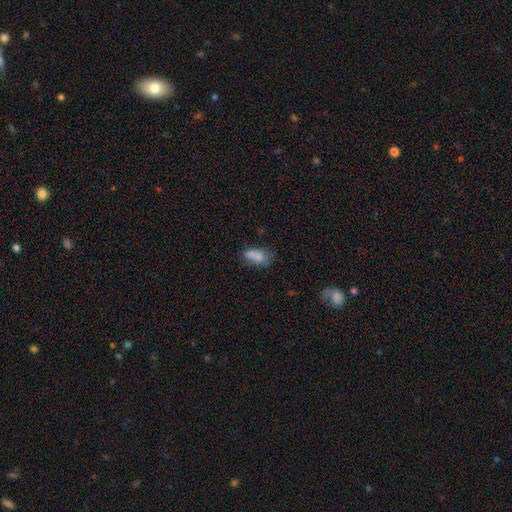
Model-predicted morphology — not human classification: Q: Smooth or featured?
A: smooth (76%); runner-up: featured or disk (14%)
Q: How rounded?
A: in between (84%); runner-up: round (9%)
Q: Merging?
A: none (41%); runner-up: minor disturbance (26%)